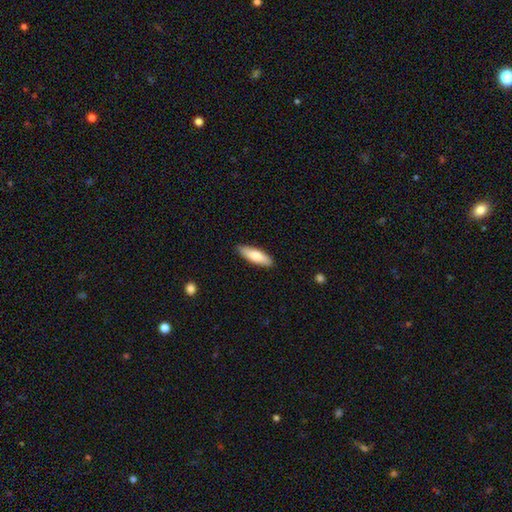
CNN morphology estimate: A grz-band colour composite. It shows a smooth galaxy with no disk features (77%) that is cigar-shaped (53%). Merging: none (89%).